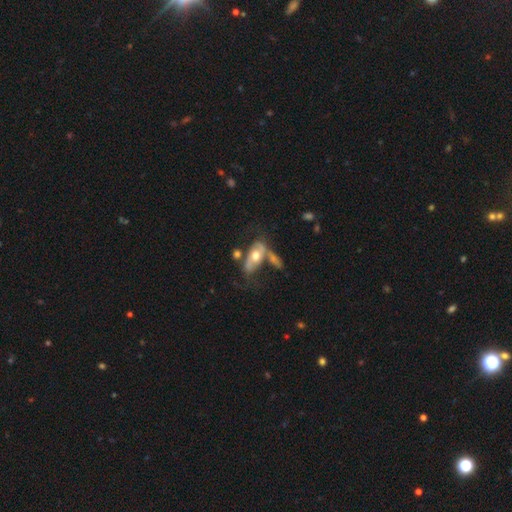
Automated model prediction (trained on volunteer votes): A featured or disk galaxy (55%).

Vote fractions:
- Smooth or featured? featured or disk: 55% / smooth: 39% / star or artifact: 6%
- Edge-on disk? no: 83% / yes: 17%
- Merging? merger: 32% / none: 30% / minor disturbance: 19% / major disturbance: 19%